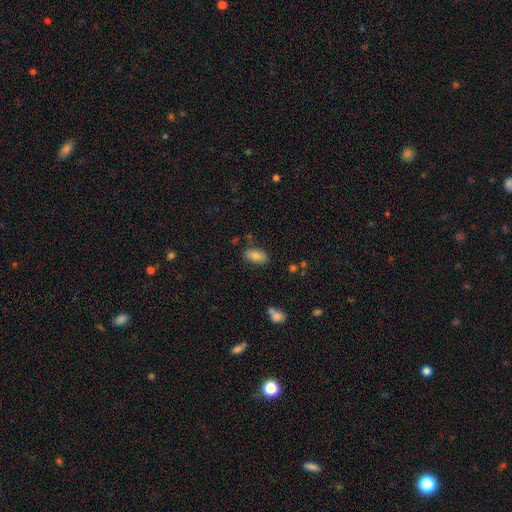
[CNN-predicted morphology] This is likely a smooth galaxy (78%). How rounded: clearly in between (90%). Merging: likely none (77%).